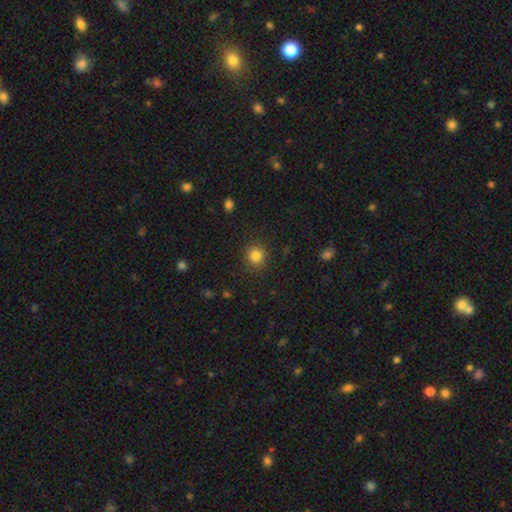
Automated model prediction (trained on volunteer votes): smooth 83%, star or artifact 12%, featured or disk 5%. Down the decision tree: how rounded — round (89%); merging — none (89%).